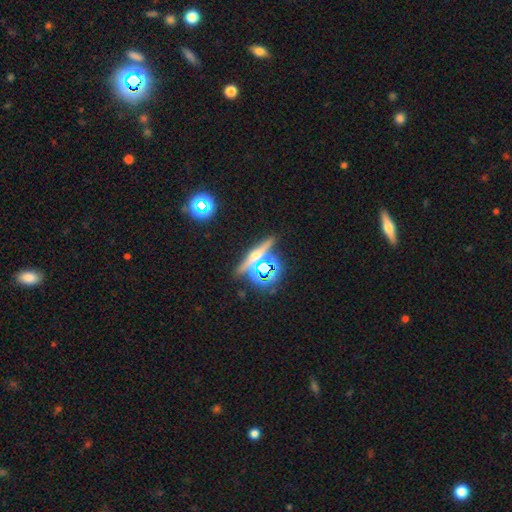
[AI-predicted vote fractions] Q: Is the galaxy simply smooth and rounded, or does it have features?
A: star or artifact — 44%.